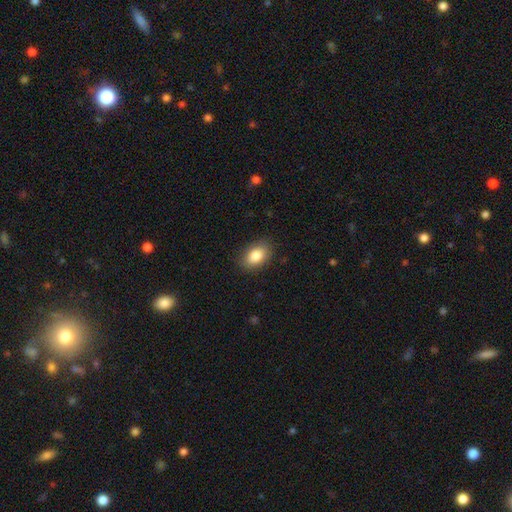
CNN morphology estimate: Smooth or featured: smooth — 84% (featured or disk — 8%)
How rounded: in between — 85% (round — 14%)
Merging: none — 86% (minor disturbance — 11%)